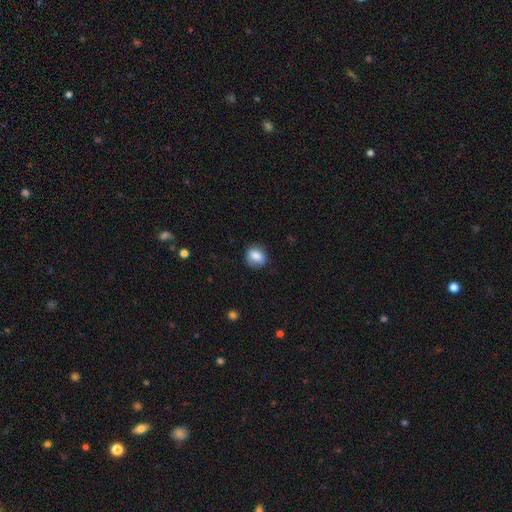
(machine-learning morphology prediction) Smooth or featured? smooth (81%)
How rounded? round (56%)
Merging? none (78%)